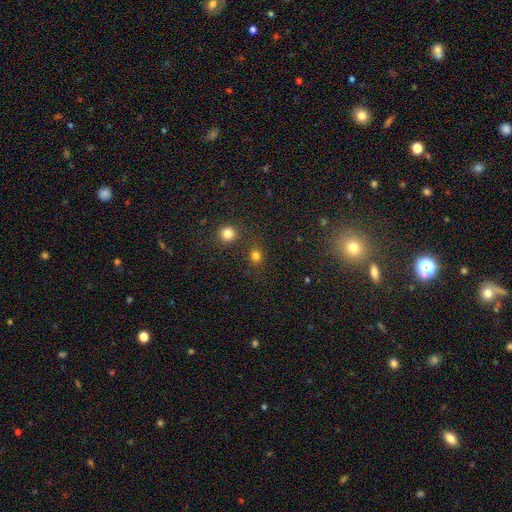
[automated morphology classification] smooth 77%, star or artifact 18%, featured or disk 5%. Down the decision tree: how rounded — round (82%); merging — none (78%).